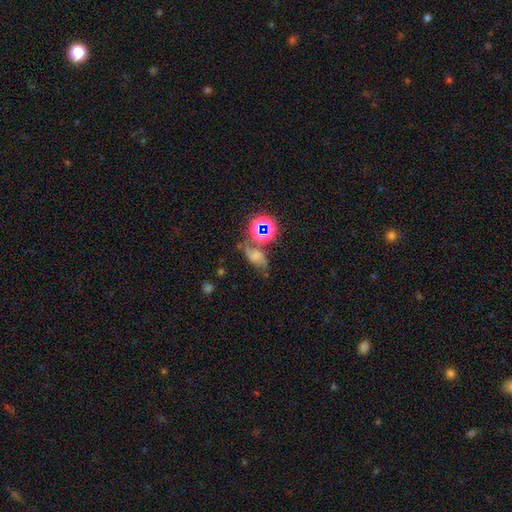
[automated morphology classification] Smooth or featured? smooth (43%)
Merging? none (40%)